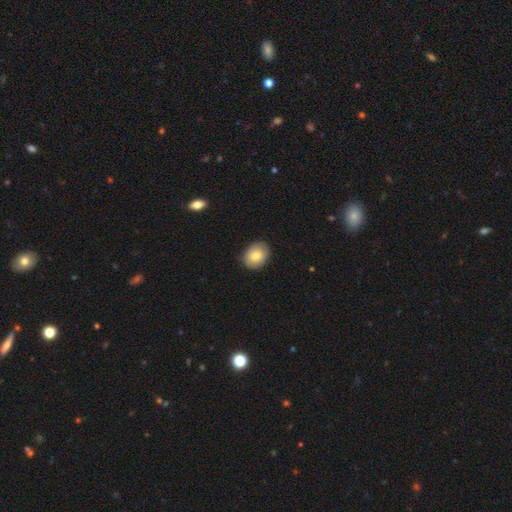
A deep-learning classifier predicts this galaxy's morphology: type=smooth (78%); roundness=in between (55%); merging=none (84%).